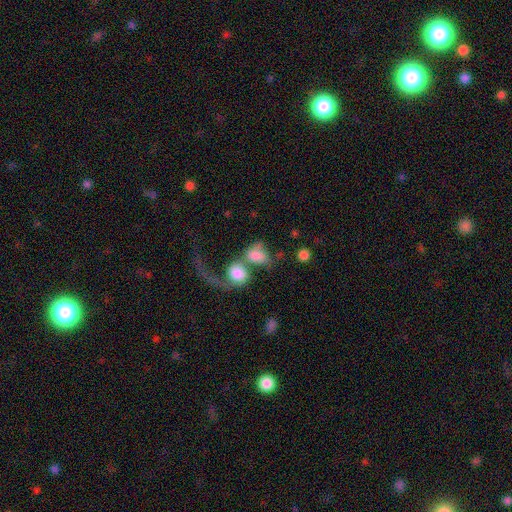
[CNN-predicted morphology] Smooth or featured? smooth (65%)
How rounded? in between (62%)
Merging? merger (65%)